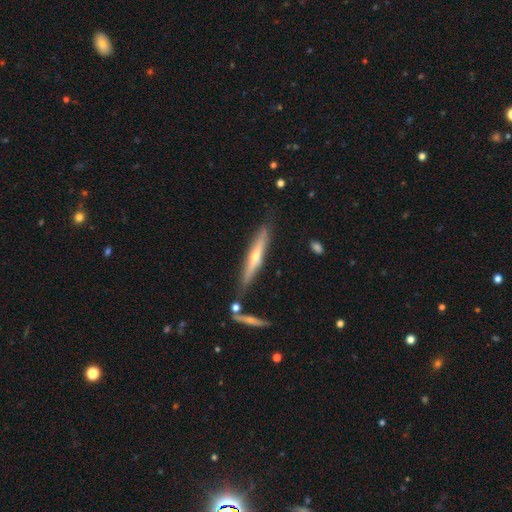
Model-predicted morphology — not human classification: Smooth or featured? Predicted: featured or disk (p=0.61). Edge-on disk? Predicted: yes (p=0.93). Edge-on bulge? Predicted: rounded (p=0.79). Merging? Predicted: none (p=0.78).